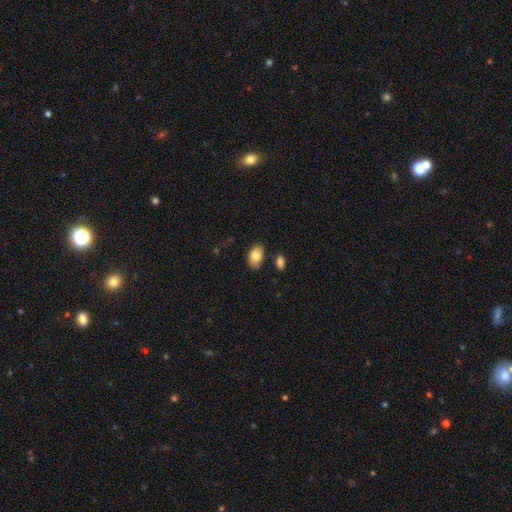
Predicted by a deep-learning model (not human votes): smooth 82%, featured or disk 11%, star or artifact 7%. Down the decision tree: how rounded — in between (89%); merging — none (79%).